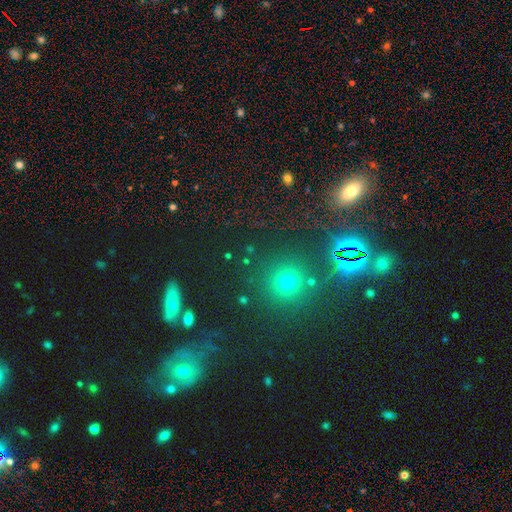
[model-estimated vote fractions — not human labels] A smooth galaxy with no disk features (46%). Merging: none (78%).